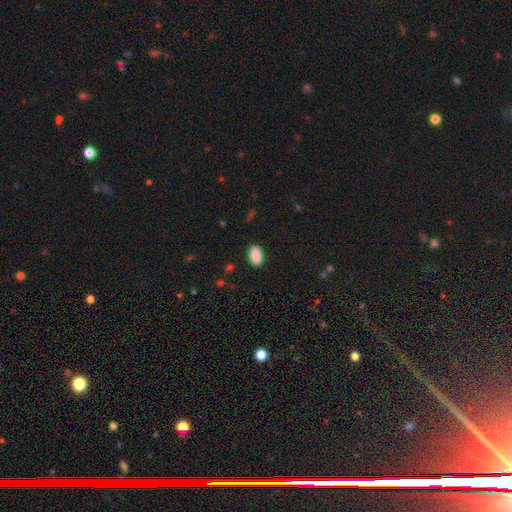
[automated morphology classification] Smooth or featured?
  - smooth: 89% *
  - star or artifact: 7%
  - featured or disk: 4%
How rounded?
  - in between: 92% *
  - round: 5%
  - cigar-shaped: 2%
Merging?
  - none: 87% *
  - minor disturbance: 10%
  - major disturbance: 2%
  - merger: 1%